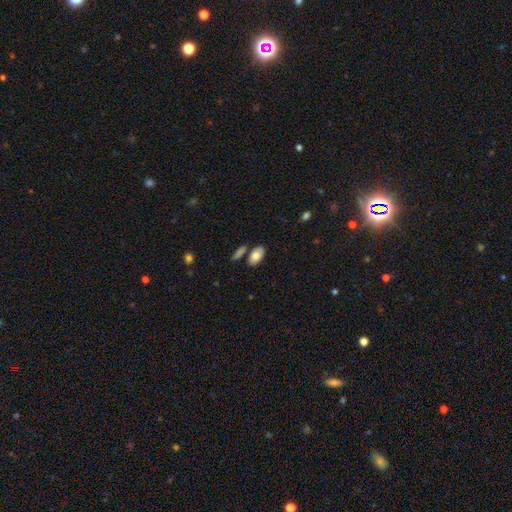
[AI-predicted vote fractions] Smooth or featured? Predicted: smooth (p=0.78). How rounded? Predicted: in between (p=0.94). Merging? Predicted: none (p=0.75).